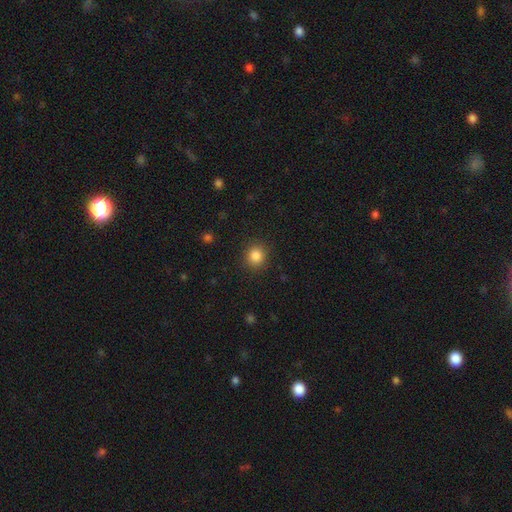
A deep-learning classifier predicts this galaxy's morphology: smooth 85%, star or artifact 11%, featured or disk 4%. Down the decision tree: how rounded — round (87%); merging — none (90%).